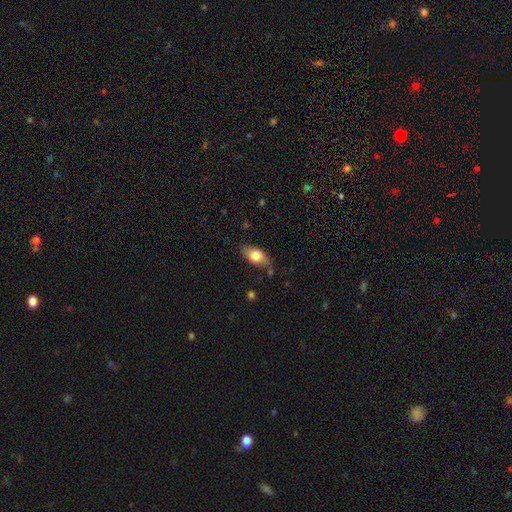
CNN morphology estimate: smooth-or-featured: smooth: 75% | featured or disk: 18% | star or artifact: 7%
  how-rounded: in between: 88% | round: 7% | cigar-shaped: 5%
  merging: none: 69% | minor disturbance: 22% | major disturbance: 5% | merger: 4%